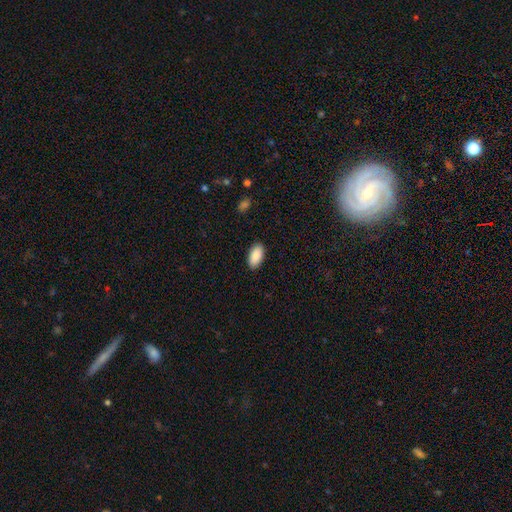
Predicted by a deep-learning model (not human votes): This is clearly a smooth galaxy (90%). How rounded: clearly in between (95%). Merging: clearly none (90%).